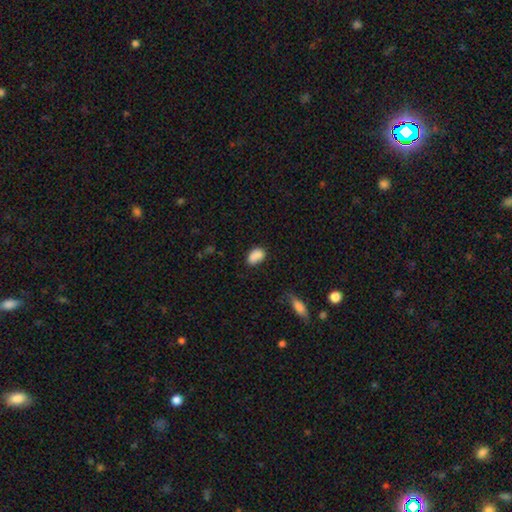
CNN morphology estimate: This appears to be a smooth galaxy with no disk features (86%) that is in between round and cigar-shaped (88%). Merging: none (66%).